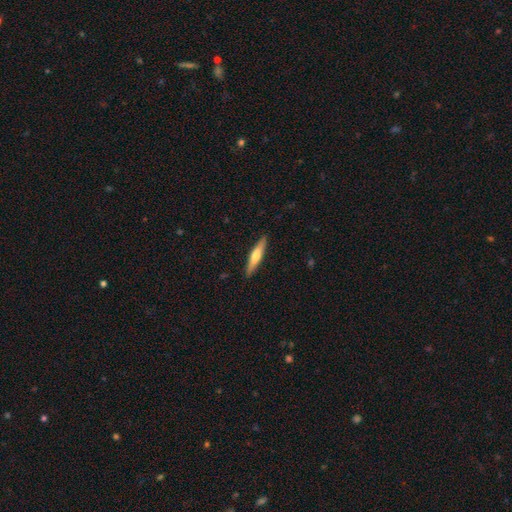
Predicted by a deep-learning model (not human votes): smooth-or-featured: smooth: 56% | featured or disk: 39% | star or artifact: 5%
  how-rounded: cigar-shaped: 86% | in between: 13% | round: 1%
  merging: none: 90% | minor disturbance: 8% | major disturbance: 2% | merger: 1%